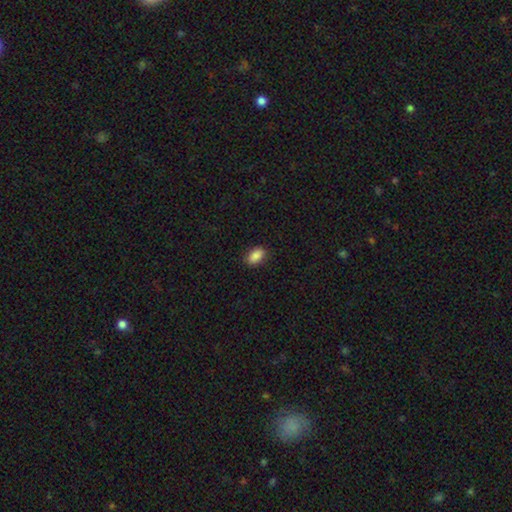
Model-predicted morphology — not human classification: This is clearly a smooth galaxy (87%). How rounded: clearly in between (90%). Merging: clearly none (87%).